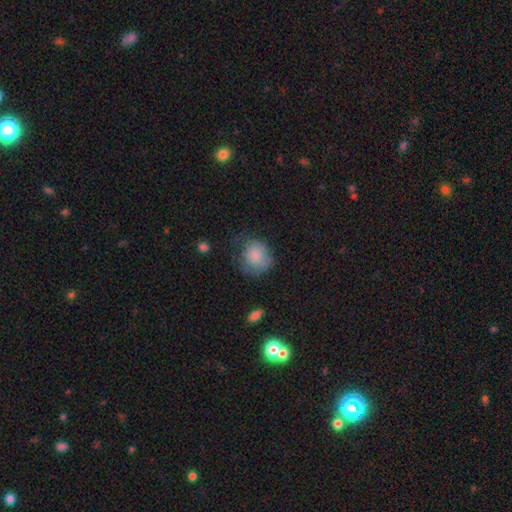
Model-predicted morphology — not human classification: This appears to be a smooth galaxy with no disk features (76%) that is round (75%). Merging: none (50%).